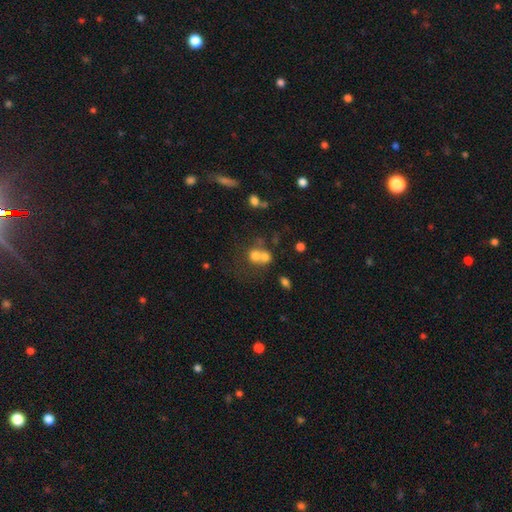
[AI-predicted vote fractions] A smooth galaxy with no disk features (67%) that is round (77%). Merging: merger (57%).